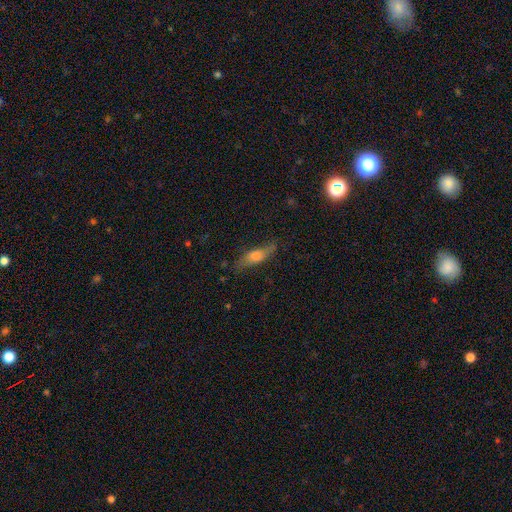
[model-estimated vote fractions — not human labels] Morphology: type=featured or disk (45%, tied with smooth); merging=none (75%).